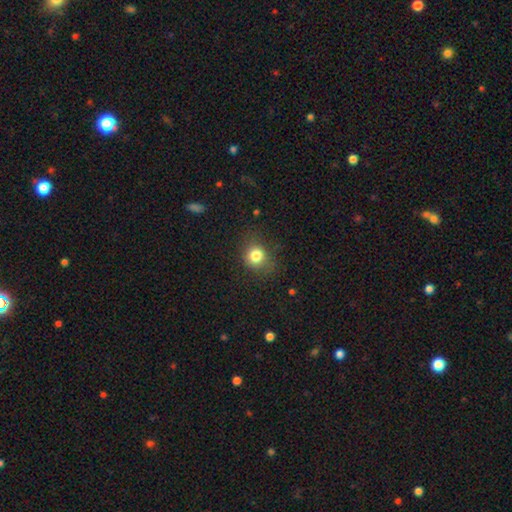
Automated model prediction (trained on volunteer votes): Q: Smooth or featured?
A: smooth (81%); runner-up: star or artifact (12%)
Q: How rounded?
A: round (75%); runner-up: in between (24%)
Q: Merging?
A: none (73%); runner-up: minor disturbance (18%)